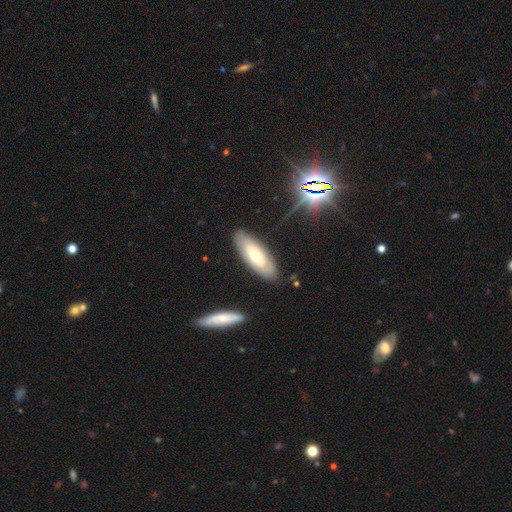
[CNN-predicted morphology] Overall: smooth (55%; featured or disk 38%). How rounded: in between (75%). Merging: none (85%).